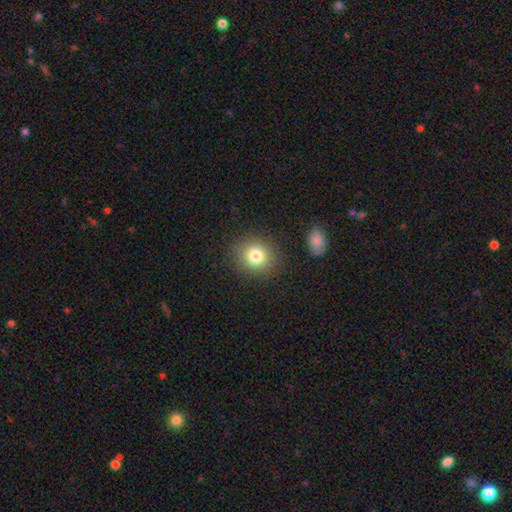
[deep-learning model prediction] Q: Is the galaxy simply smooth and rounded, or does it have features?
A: smooth — 80%.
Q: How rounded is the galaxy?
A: round — 80%.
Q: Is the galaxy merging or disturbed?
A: none — 85%.